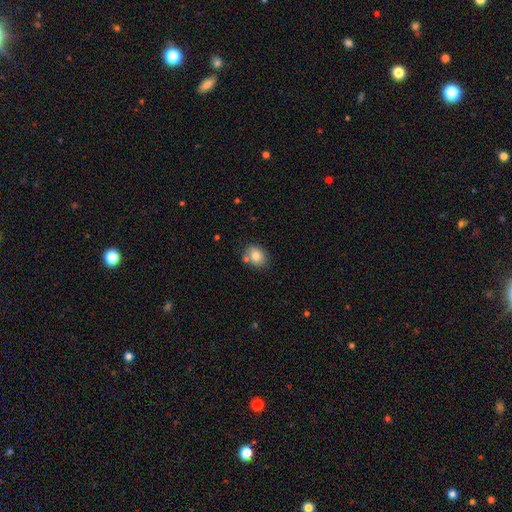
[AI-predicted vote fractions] Smooth or featured? Predicted: smooth (p=0.81). How rounded? Predicted: in between (p=0.53). Merging? Predicted: none (p=0.71).